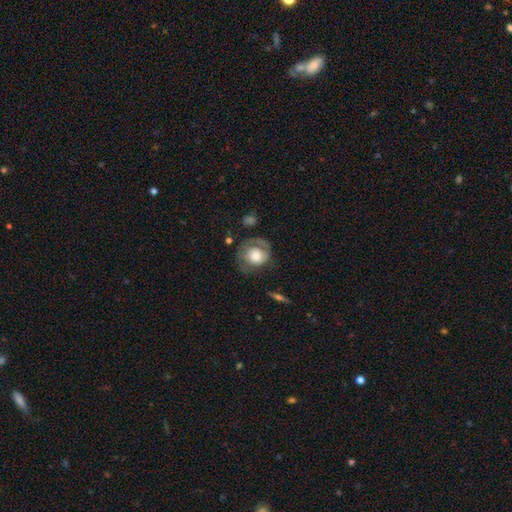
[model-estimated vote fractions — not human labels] Morphology: type=featured or disk (48%); merging=none (54%).